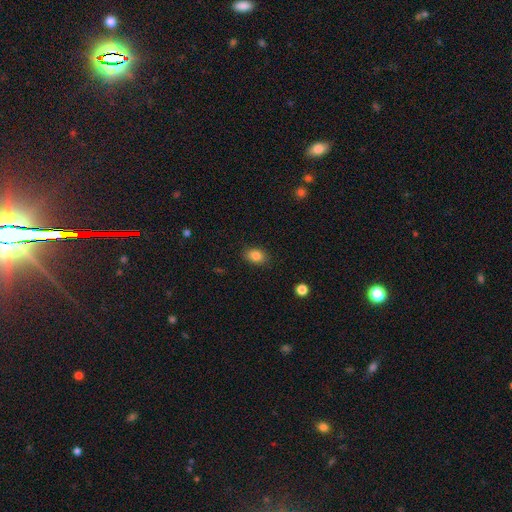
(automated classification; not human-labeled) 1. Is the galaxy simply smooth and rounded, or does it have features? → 85% smooth, 10% star or artifact, 6% featured or disk.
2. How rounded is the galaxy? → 74% in between, 25% round, 1% cigar-shaped.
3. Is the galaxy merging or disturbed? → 87% none, 10% minor disturbance, 2% major disturbance, 1% merger.